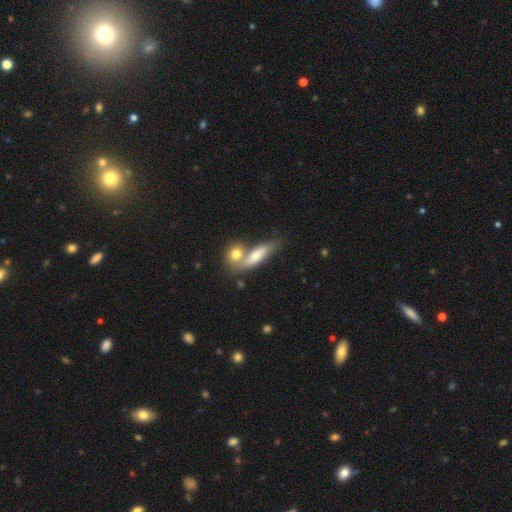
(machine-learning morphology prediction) This is likely a smooth galaxy (63%). How rounded: possibly in between (49%). Merging: possibly merger (50%).